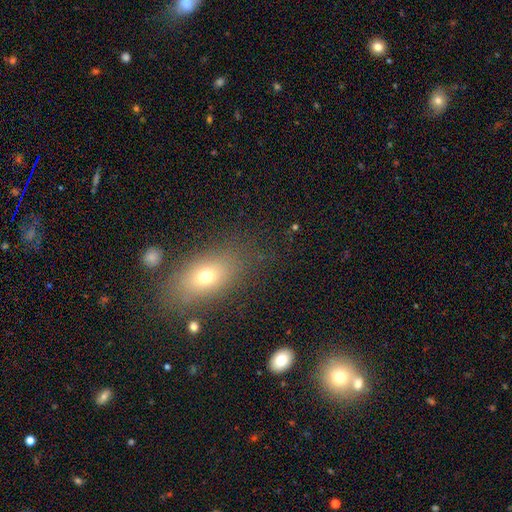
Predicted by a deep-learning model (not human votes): Smooth or featured? Predicted: smooth (p=0.64). How rounded? Predicted: in between (p=0.75). Merging? Predicted: none (p=0.77).